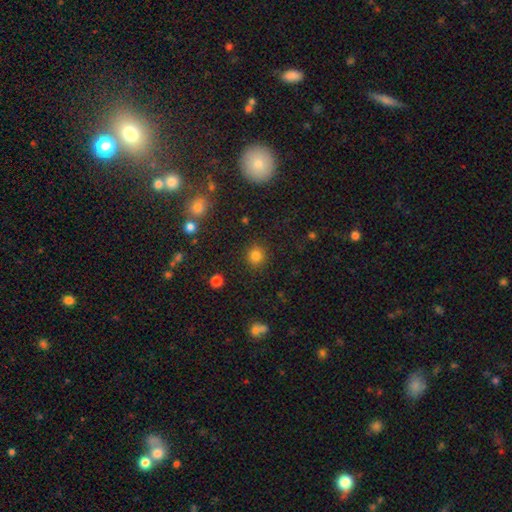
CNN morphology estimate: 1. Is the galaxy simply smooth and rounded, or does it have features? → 80% smooth, 15% star or artifact, 5% featured or disk.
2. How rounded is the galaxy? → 89% round, 10% in between, 1% cigar-shaped.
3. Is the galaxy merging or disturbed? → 88% none, 7% minor disturbance, 3% major disturbance, 2% merger.